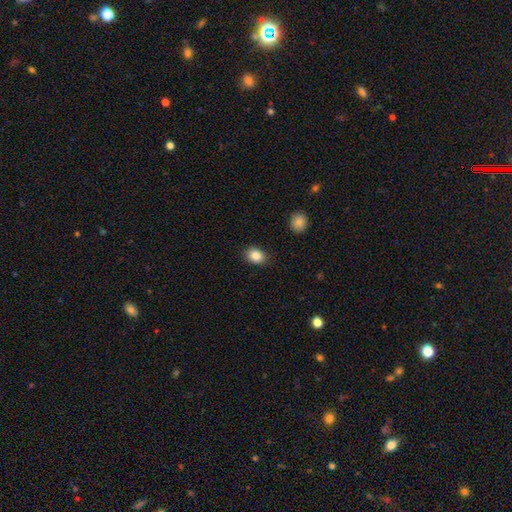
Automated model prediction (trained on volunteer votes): Smooth or featured? smooth (86%)
How rounded? in between (62%)
Merging? none (87%)